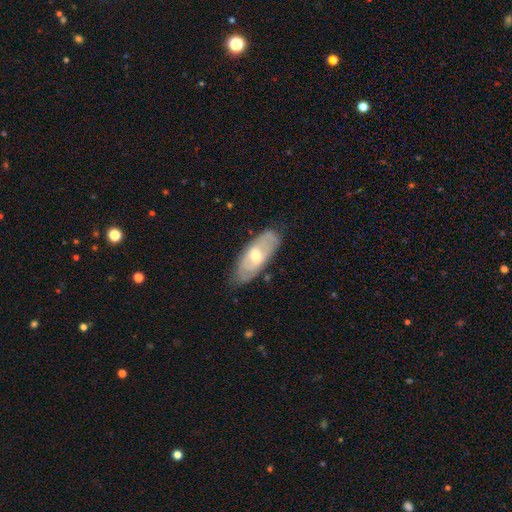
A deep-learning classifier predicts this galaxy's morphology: featured or disk 52%, smooth 42%, star or artifact 6%. Down the decision tree: edge-on disk — no (80%); merging — none (75%).